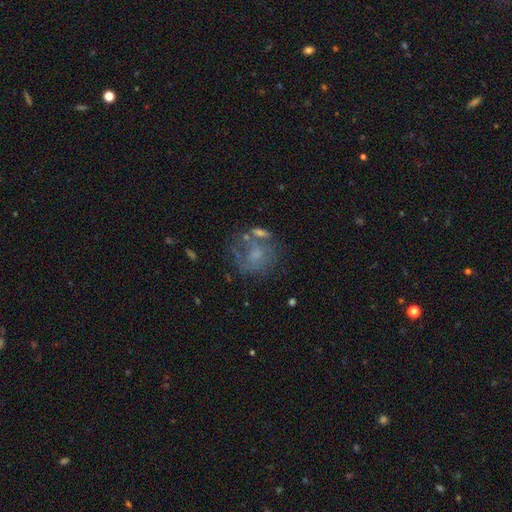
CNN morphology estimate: This appears to be a featured or disk galaxy (51%). Merging: none (40%).